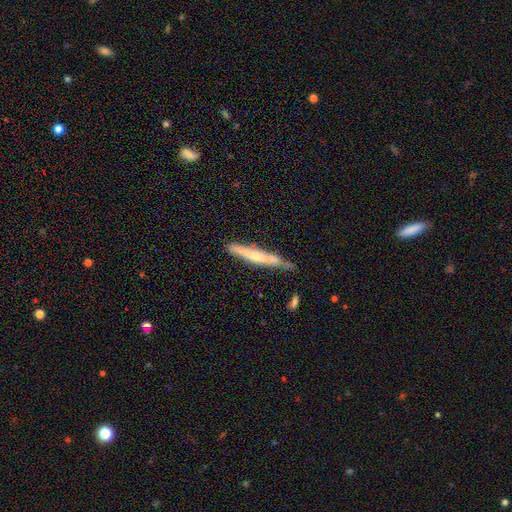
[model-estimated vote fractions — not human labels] Overall: smooth (53%; featured or disk 41%). How rounded: cigar-shaped (95%). Merging: none (68%).